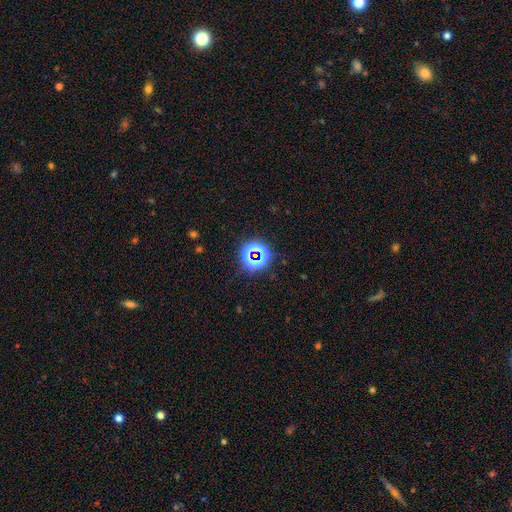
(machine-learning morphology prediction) star or artifact 70%, smooth 20%, featured or disk 9%.